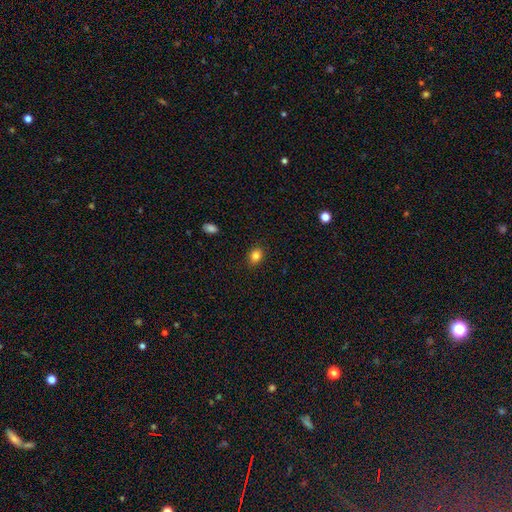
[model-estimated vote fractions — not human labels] Smooth or featured?
  - smooth: 84% *
  - star or artifact: 11%
  - featured or disk: 5%
How rounded?
  - in between: 54% *
  - round: 45%
  - cigar-shaped: 1%
Merging?
  - none: 88% *
  - minor disturbance: 9%
  - major disturbance: 2%
  - merger: 1%